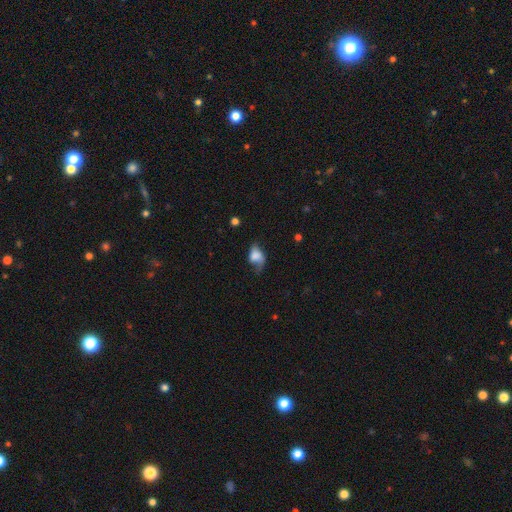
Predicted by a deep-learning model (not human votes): Overall: smooth (67%). How rounded: in between (77%). Merging: minor disturbance (35%; major disturbance 31%).